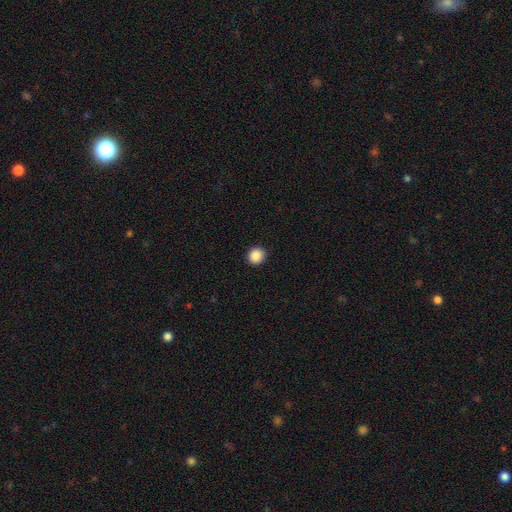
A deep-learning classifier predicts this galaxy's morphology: Smooth or featured? Predicted: smooth (p=0.88). How rounded? Predicted: round (p=0.89). Merging? Predicted: none (p=0.91).